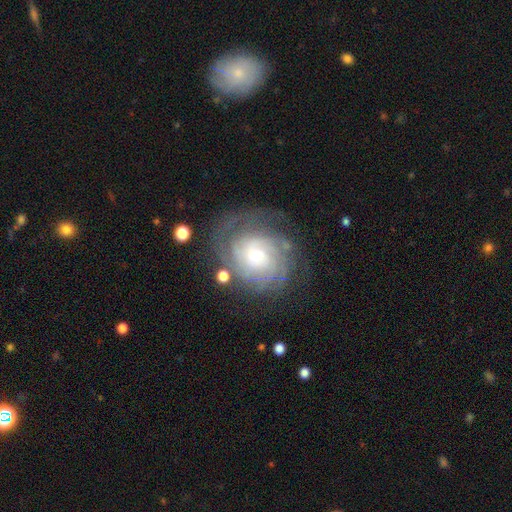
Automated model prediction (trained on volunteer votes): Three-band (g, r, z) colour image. It shows a featured or disk galaxy (84%) with no bar (74%), tight (75%) spiral arms (96%) and a small central bulge (55%). Merging: none (71%).